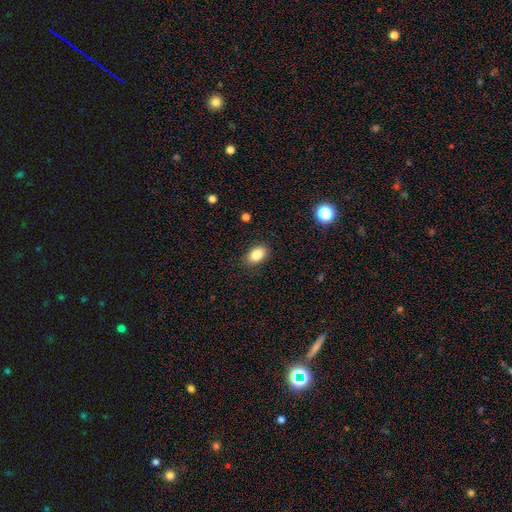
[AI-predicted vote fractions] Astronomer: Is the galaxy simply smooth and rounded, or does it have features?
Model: smooth — 86%.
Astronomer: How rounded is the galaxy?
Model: in between — 89%.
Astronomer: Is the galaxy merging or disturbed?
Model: none — 86%.